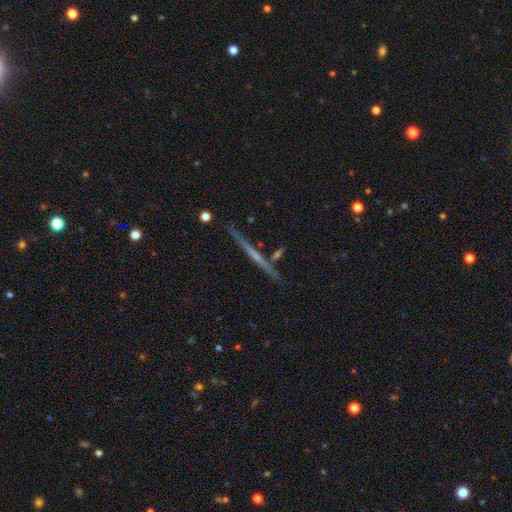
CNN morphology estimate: Q: Smooth or featured?
A: featured or disk (67%); runner-up: smooth (27%)
Q: Edge-on disk?
A: yes (98%); runner-up: no (2%)
Q: Edge-on bulge?
A: none (73%); runner-up: rounded (21%)
Q: Merging?
A: none (89%); runner-up: minor disturbance (7%)